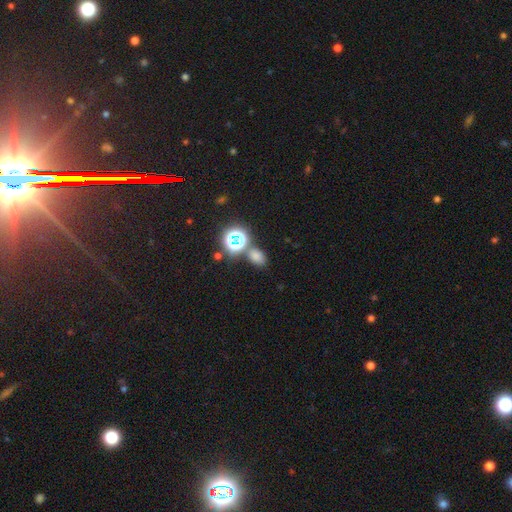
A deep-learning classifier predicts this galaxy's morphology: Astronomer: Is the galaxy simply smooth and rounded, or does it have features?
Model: smooth — 66%.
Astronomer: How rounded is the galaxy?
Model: in between — 69%.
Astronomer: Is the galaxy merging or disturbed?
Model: none — 70%.